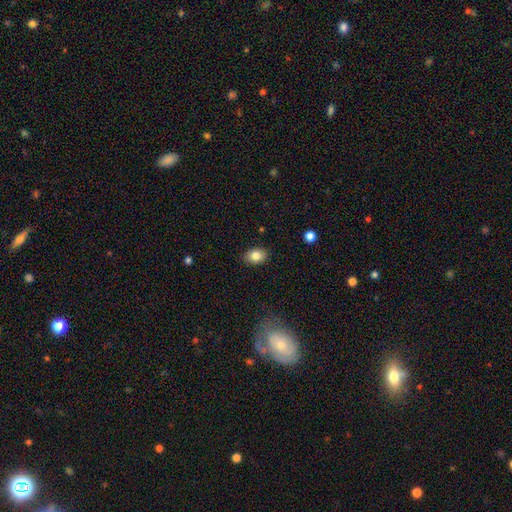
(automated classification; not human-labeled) smooth_or_featured: smooth (p=0.83) [alt: star or artifact p=0.08]
how_rounded: in between (p=0.75) [alt: round p=0.24]
merging: none (p=0.87) [alt: minor disturbance p=0.10]